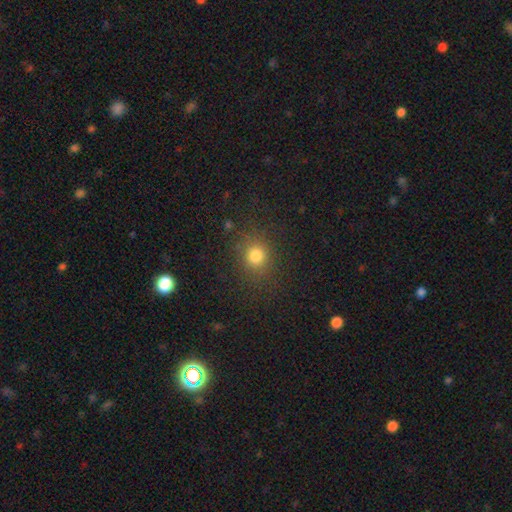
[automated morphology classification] This appears to be a smooth galaxy with no disk features (78%) that is round (77%). Merging: none (84%).